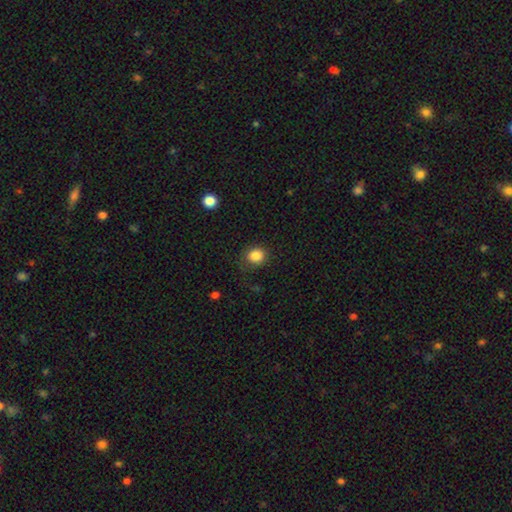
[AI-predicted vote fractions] smooth 85%, star or artifact 10%, featured or disk 4%. Down the decision tree: how rounded — round (80%); merging — none (79%).